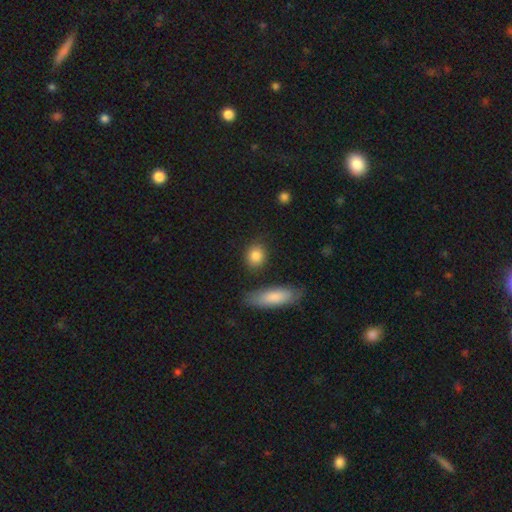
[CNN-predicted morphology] Smooth or featured: smooth — 86% (star or artifact — 7%)
How rounded: round — 61% (in between — 35%)
Merging: none — 81% (minor disturbance — 11%)